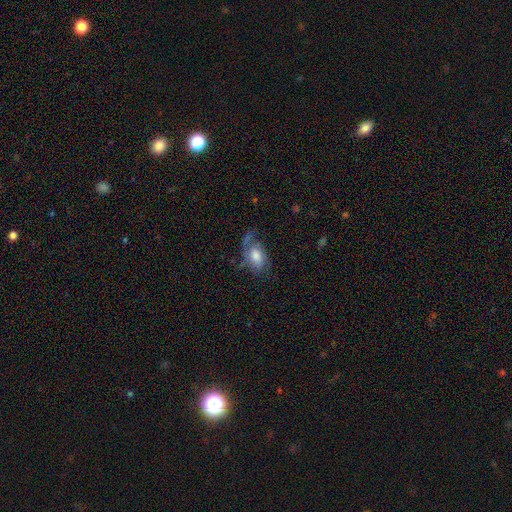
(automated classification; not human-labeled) This is possibly a featured or disk galaxy (51%). It is clearly not viewed edge-on (94%). Merging: possibly none (48%).